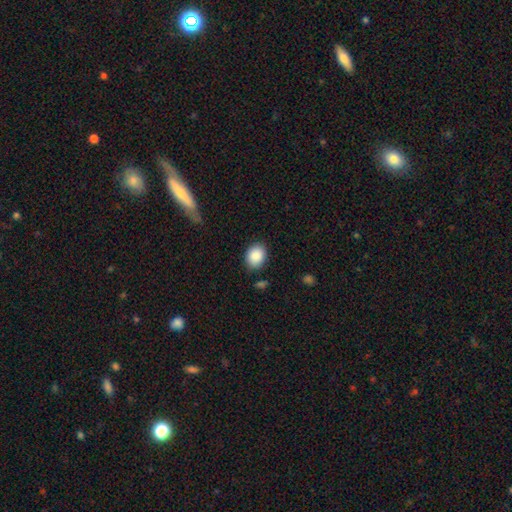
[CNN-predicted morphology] Q: Smooth or featured?
A: smooth (89%); runner-up: star or artifact (7%)
Q: How rounded?
A: in between (59%); runner-up: round (40%)
Q: Merging?
A: none (83%); runner-up: minor disturbance (12%)